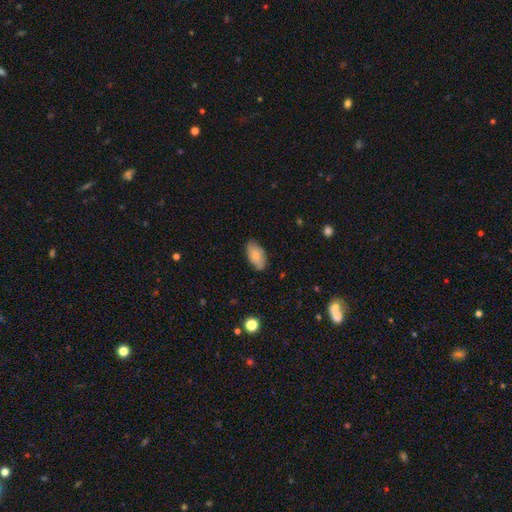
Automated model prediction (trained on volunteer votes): A smooth galaxy with no disk features (80%) that is in between round and cigar-shaped (94%).

Vote fractions:
- Smooth or featured? smooth: 80% / featured or disk: 13% / star or artifact: 7%
- How rounded? in between: 94% / cigar-shaped: 3% / round: 3%
- Merging? none: 76% / minor disturbance: 19% / major disturbance: 3% / merger: 1%